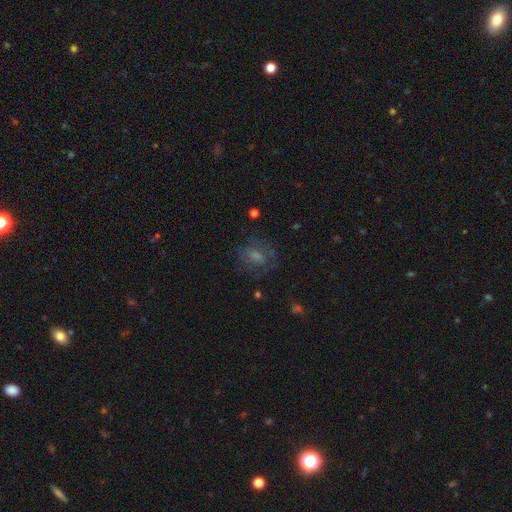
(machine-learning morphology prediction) smooth 53%, featured or disk 33%, star or artifact 14%. Down the decision tree: how rounded — in between (58%); merging — none (61%).